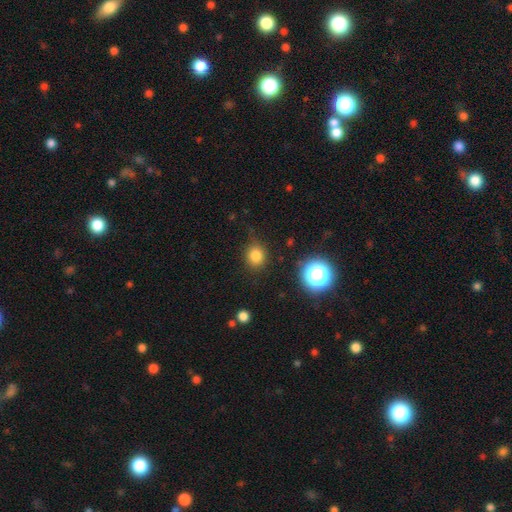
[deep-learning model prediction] Smooth or featured: smooth — 80% (star or artifact — 15%)
How rounded: round — 81% (in between — 18%)
Merging: none — 80% (minor disturbance — 13%)